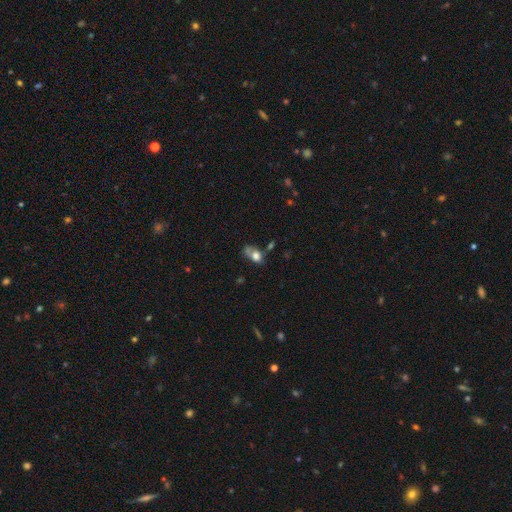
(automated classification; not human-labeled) Q: Smooth or featured?
A: smooth (70%); runner-up: featured or disk (19%)
Q: How rounded?
A: in between (74%); runner-up: round (23%)
Q: Merging?
A: none (30%); runner-up: minor disturbance (25%)